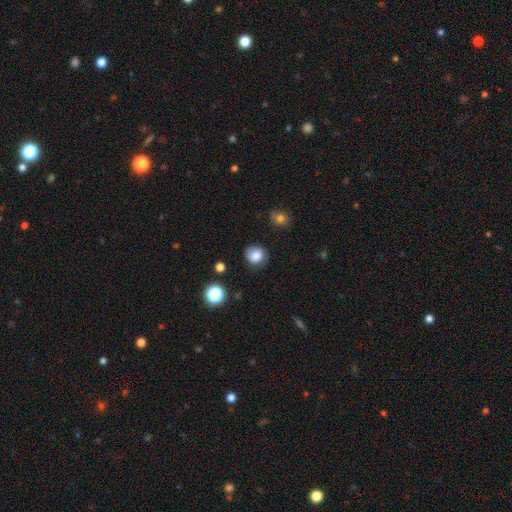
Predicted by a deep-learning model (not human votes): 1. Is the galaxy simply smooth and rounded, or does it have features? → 82% smooth, 11% star or artifact, 7% featured or disk.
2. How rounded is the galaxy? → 84% round, 15% in between, 1% cigar-shaped.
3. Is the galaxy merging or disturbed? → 78% none, 16% minor disturbance, 4% major disturbance, 2% merger.